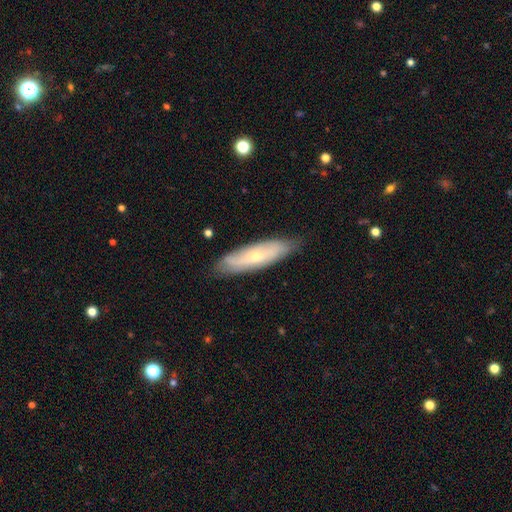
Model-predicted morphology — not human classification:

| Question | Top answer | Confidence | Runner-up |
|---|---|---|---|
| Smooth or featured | featured or disk | 50% | smooth (43%) |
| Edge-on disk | no | 61% | yes (39%) |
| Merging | none | 80% | minor disturbance (16%) |